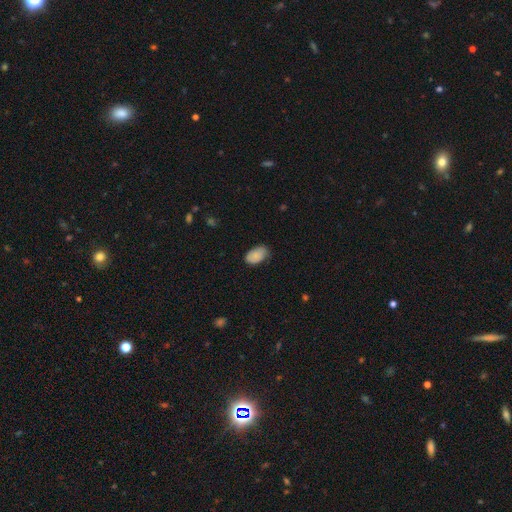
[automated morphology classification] Overall: smooth (86%). How rounded: in between (93%). Merging: none (74%).